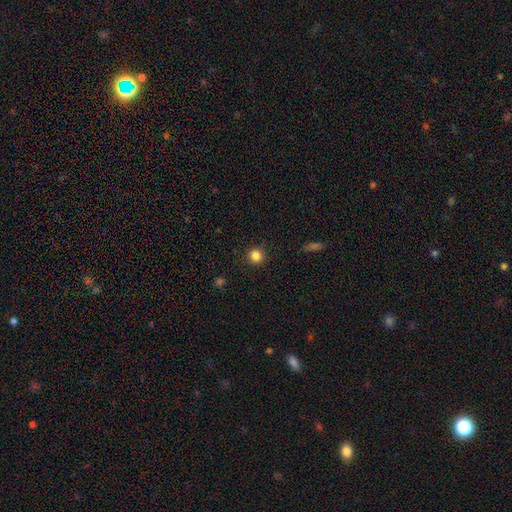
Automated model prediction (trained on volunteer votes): smooth_or_featured: smooth (p=0.85) [alt: star or artifact p=0.11]
how_rounded: round (p=0.91) [alt: in between p=0.08]
merging: none (p=0.89) [alt: minor disturbance p=0.07]